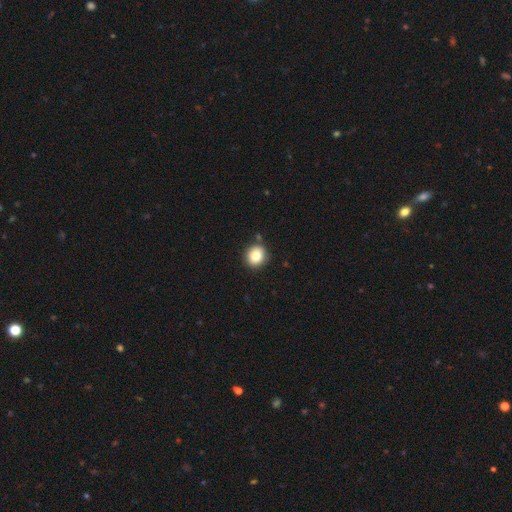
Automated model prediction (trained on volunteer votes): Morphology: type=smooth (84%); roundness=round (79%); merging=none (85%).